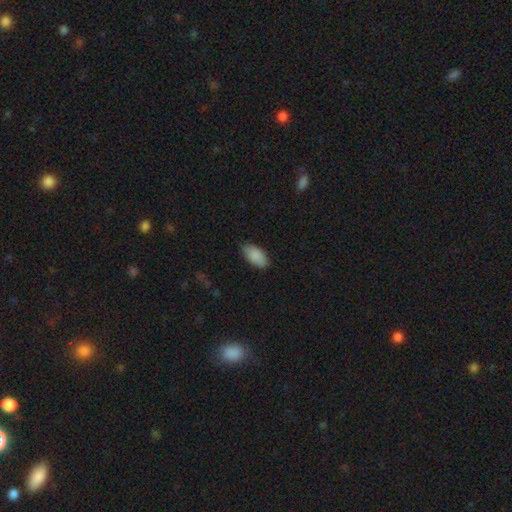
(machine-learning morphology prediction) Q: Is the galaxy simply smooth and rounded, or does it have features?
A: smooth — 89%.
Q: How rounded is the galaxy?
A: in between — 94%.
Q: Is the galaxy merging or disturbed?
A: none — 82%.